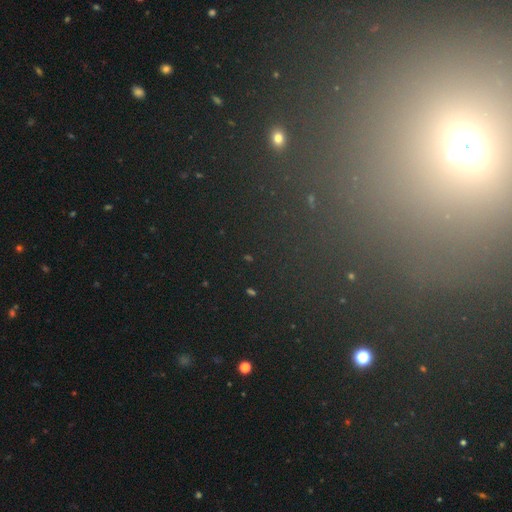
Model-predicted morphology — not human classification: Q: Smooth or featured?
A: star or artifact (68%); runner-up: smooth (20%)